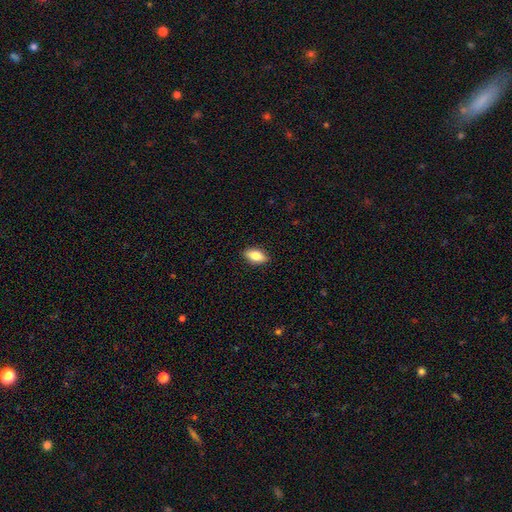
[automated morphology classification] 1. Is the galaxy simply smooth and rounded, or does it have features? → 78% smooth, 15% featured or disk, 7% star or artifact.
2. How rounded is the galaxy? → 87% in between, 8% cigar-shaped, 5% round.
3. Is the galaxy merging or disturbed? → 88% none, 9% minor disturbance, 2% major disturbance, 1% merger.